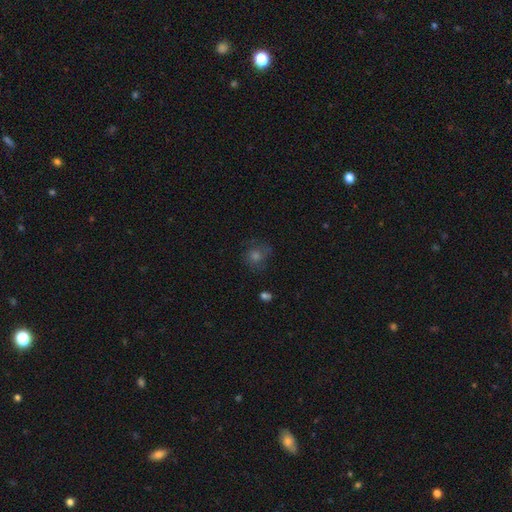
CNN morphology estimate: smooth 52%, star or artifact 26%, featured or disk 22%. Down the decision tree: how rounded — round (81%); merging — none (72%).